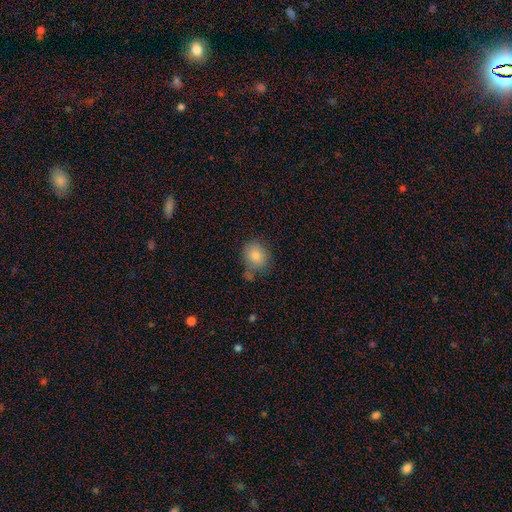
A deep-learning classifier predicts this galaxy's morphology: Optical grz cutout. It shows a smooth galaxy with no disk features (83%) that is round (71%). Merging: none (61%).